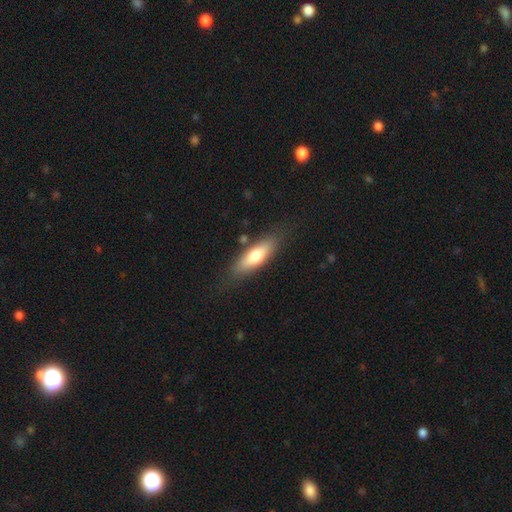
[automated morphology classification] This is likely a smooth galaxy (66%). How rounded: possibly in between (54%). Merging: clearly none (80%).